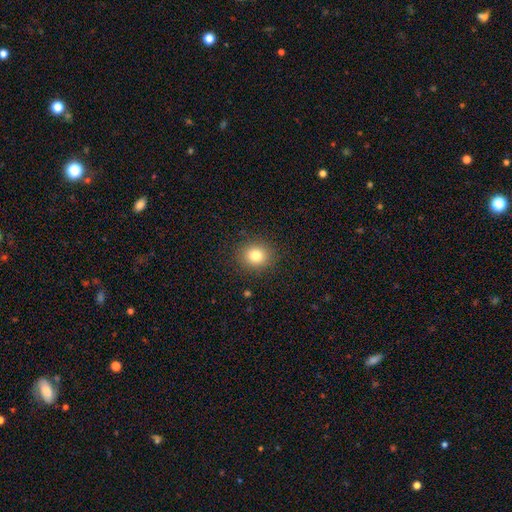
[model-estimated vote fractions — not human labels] This appears to be a smooth galaxy with no disk features (80%) that is round (79%). Merging: none (89%).